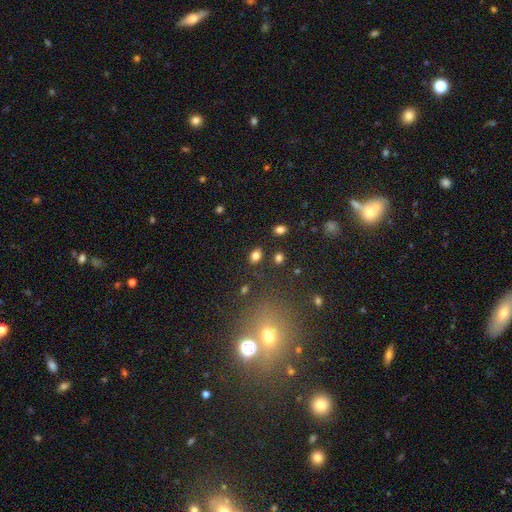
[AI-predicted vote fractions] Smooth or featured? Predicted: smooth (p=0.81). How rounded? Predicted: in between (p=0.77). Merging? Predicted: none (p=0.83).